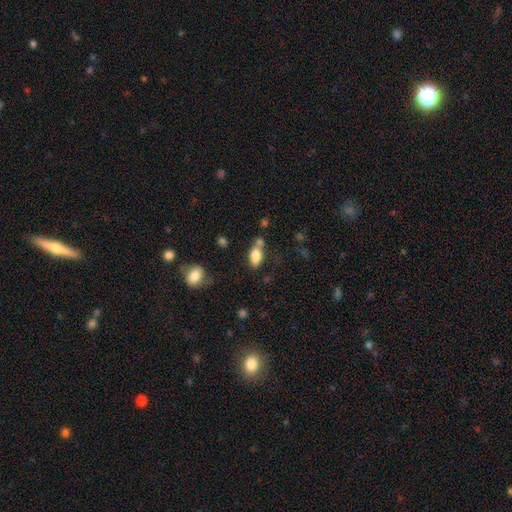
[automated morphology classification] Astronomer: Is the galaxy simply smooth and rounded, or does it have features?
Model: smooth — 81%.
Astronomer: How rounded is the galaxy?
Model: in between — 88%.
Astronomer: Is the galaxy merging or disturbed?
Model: none — 52%.